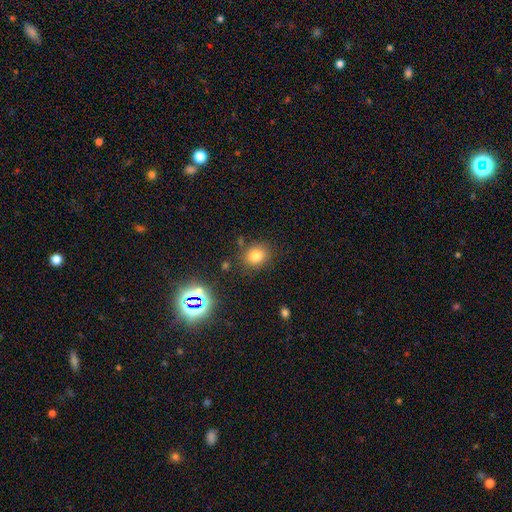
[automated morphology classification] The model was most divided on "how rounded": round: 67%, in between: 32%, cigar-shaped: 1%. More confident: merging — none (81%); smooth or featured — smooth (77%).